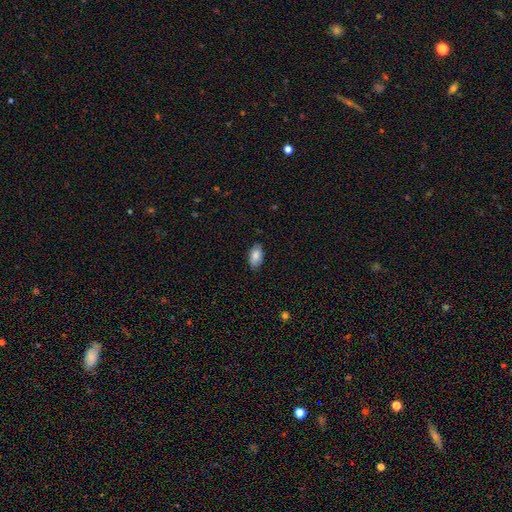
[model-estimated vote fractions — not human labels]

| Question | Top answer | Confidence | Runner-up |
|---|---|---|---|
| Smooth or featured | smooth | 83% | featured or disk (10%) |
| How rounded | in between | 94% | round (3%) |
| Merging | none | 81% | minor disturbance (15%) |